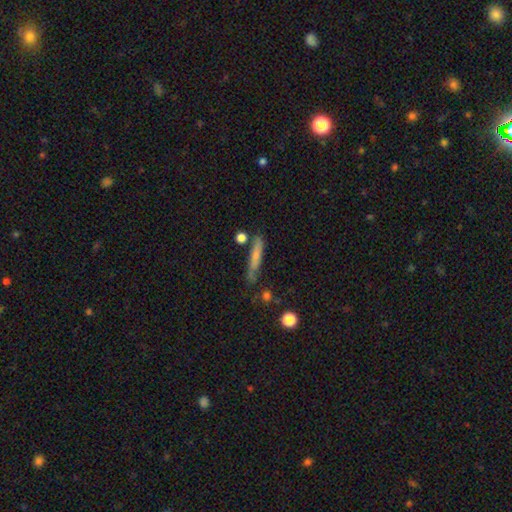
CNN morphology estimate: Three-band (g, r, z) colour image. It shows a smooth galaxy with no disk features (64%) that is cigar-shaped (89%). Merging: none (68%).